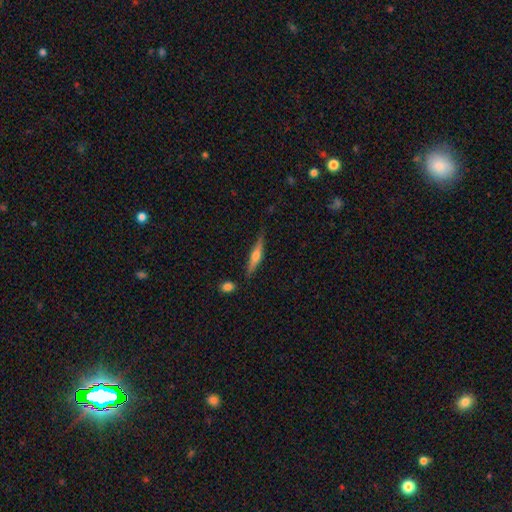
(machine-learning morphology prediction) Smooth or featured? Predicted: featured or disk (p=0.52). Edge-on disk? Predicted: yes (p=0.95). Merging? Predicted: none (p=0.78).